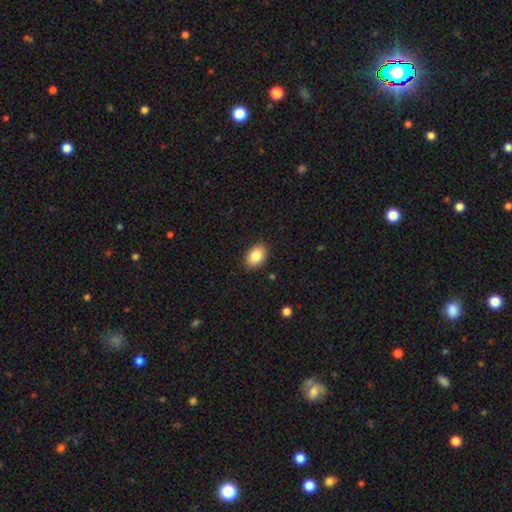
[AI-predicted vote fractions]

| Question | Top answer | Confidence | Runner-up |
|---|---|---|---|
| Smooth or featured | smooth | 85% | star or artifact (8%) |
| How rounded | in between | 81% | round (18%) |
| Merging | none | 88% | minor disturbance (9%) |